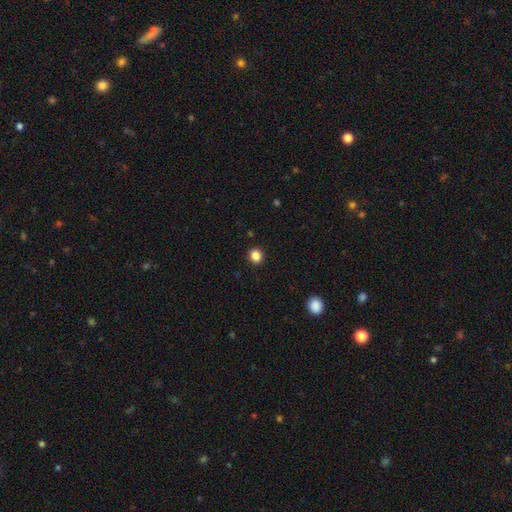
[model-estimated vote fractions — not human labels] A smooth galaxy with no disk features (85%) that is round (87%).

Vote fractions:
- Smooth or featured? smooth: 85% / star or artifact: 12% / featured or disk: 3%
- How rounded? round: 87% / in between: 12% / cigar-shaped: 1%
- Merging? none: 92% / minor disturbance: 5% / major disturbance: 2% / merger: 1%